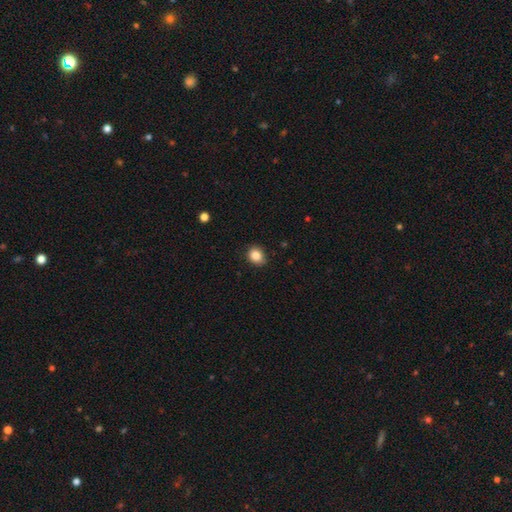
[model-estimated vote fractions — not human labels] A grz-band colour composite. It shows a smooth galaxy with no disk features (85%) that is round (67%). Merging: none (87%).